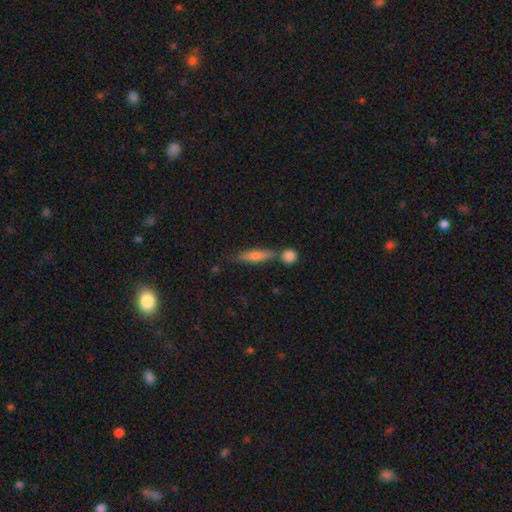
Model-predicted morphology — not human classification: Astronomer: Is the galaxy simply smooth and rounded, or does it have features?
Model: smooth — 53% (runner-up: featured or disk, 37%).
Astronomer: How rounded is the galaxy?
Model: cigar-shaped — 77%.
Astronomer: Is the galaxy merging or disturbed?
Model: none — 68%.